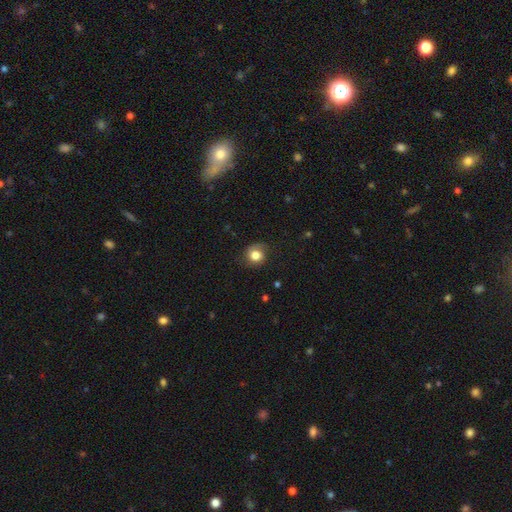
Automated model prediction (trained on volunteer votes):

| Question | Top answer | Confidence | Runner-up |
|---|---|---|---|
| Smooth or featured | smooth | 77% | featured or disk (13%) |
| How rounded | round | 77% | in between (22%) |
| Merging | none | 67% | minor disturbance (23%) |